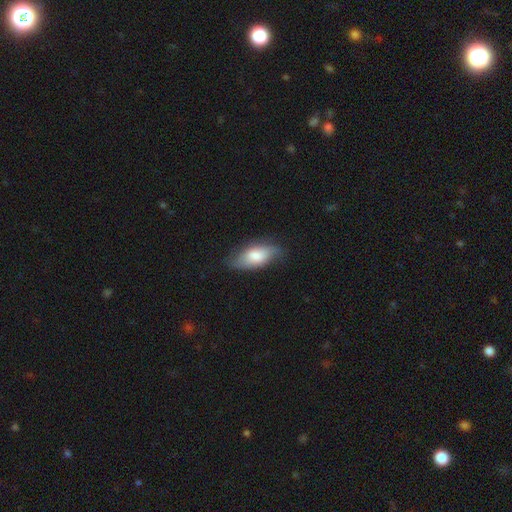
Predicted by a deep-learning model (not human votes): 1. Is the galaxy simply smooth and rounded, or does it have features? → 71% smooth, 23% featured or disk, 6% star or artifact.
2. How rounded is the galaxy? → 87% in between, 10% cigar-shaped, 3% round.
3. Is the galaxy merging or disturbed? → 72% none, 23% minor disturbance, 5% major disturbance, 1% merger.